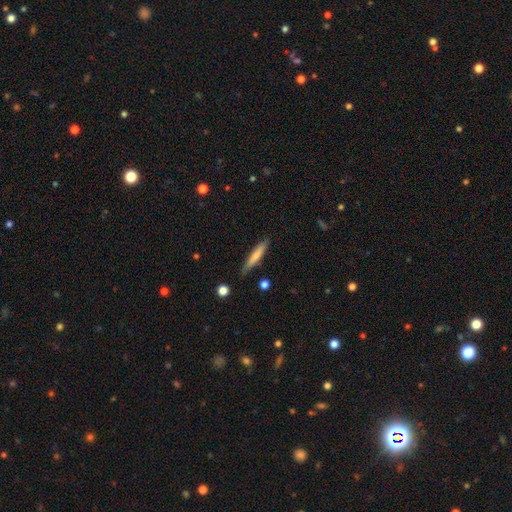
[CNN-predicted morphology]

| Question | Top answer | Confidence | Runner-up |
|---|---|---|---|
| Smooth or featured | smooth | 69% | featured or disk (25%) |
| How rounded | cigar-shaped | 91% | in between (8%) |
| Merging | none | 84% | minor disturbance (12%) |